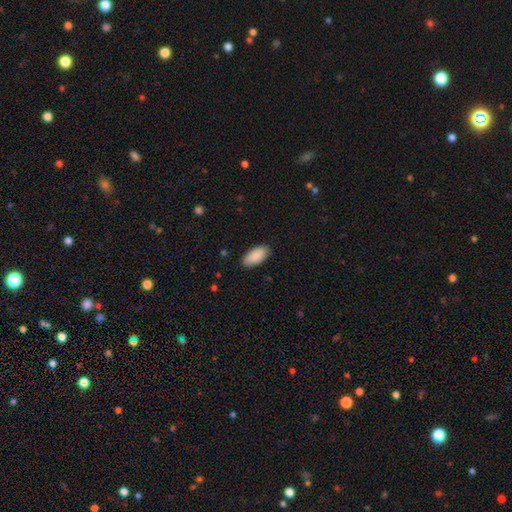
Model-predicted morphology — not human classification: A smooth galaxy with no disk features (90%) that is in between round and cigar-shaped (94%).

Vote fractions:
- Smooth or featured? smooth: 90% / star or artifact: 6% / featured or disk: 4%
- How rounded? in between: 94% / cigar-shaped: 5% / round: 2%
- Merging? none: 86% / minor disturbance: 11% / major disturbance: 2% / merger: 1%